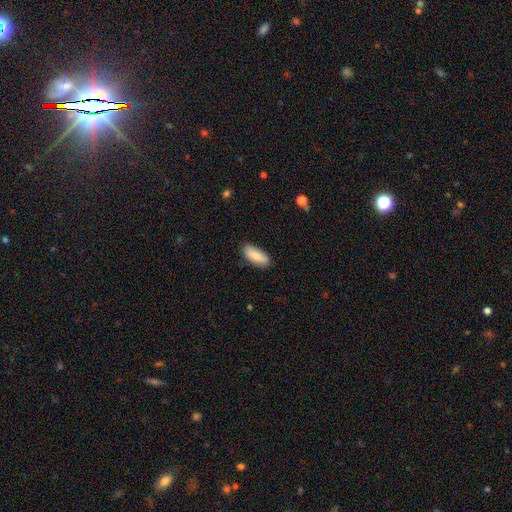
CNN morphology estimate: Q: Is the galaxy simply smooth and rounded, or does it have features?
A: smooth — 76%.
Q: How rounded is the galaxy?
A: in between — 79%.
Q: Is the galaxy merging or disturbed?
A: none — 86%.